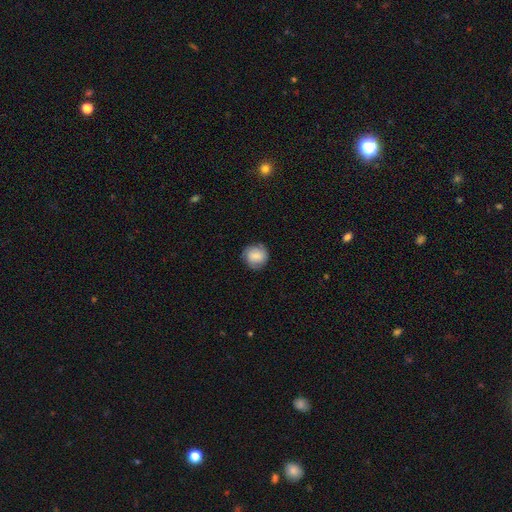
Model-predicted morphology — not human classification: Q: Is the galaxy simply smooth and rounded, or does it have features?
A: smooth — 75%.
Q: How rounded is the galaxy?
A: round — 88%.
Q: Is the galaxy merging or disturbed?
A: none — 80%.